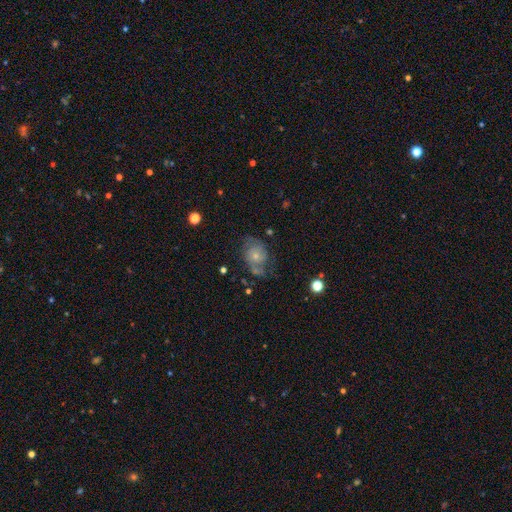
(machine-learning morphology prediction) A featured or disk galaxy (63%) with no bar (79%), 2 (78%) medium (44%) spiral arms (84%) and a small central bulge (62%). Merging: none (53%).